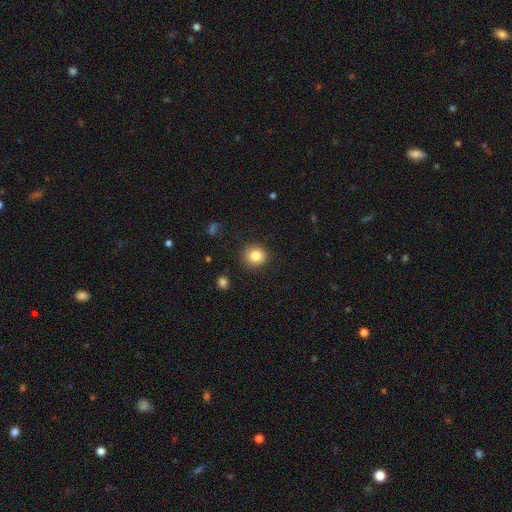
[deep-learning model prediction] This appears to be a smooth galaxy with no disk features (83%) that is round (88%). Merging: none (88%).